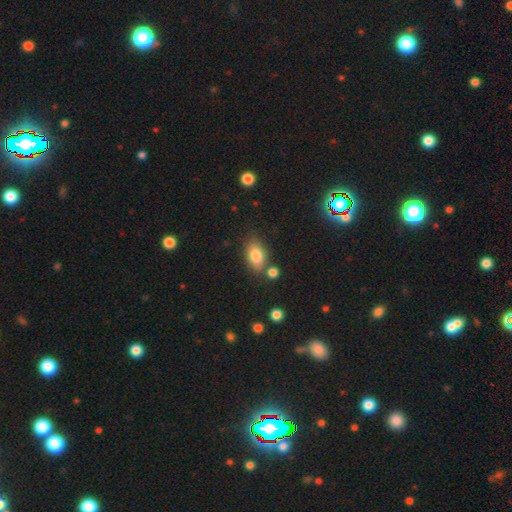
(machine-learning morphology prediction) Q: Smooth or featured?
A: smooth (81%); runner-up: featured or disk (10%)
Q: How rounded?
A: in between (87%); runner-up: round (9%)
Q: Merging?
A: none (73%); runner-up: minor disturbance (14%)